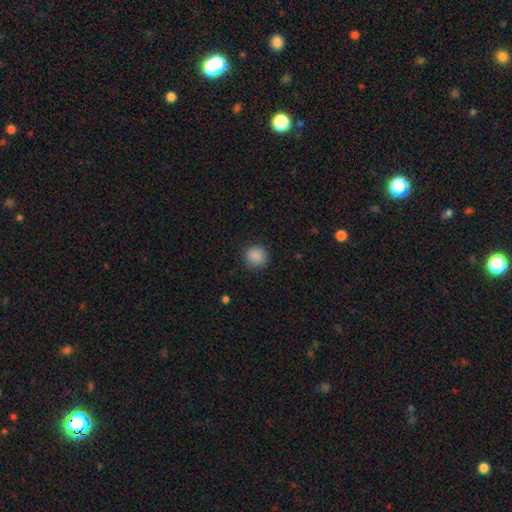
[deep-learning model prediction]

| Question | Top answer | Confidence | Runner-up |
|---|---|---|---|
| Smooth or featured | smooth | 88% | star or artifact (9%) |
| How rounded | round | 90% | in between (9%) |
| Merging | none | 88% | minor disturbance (9%) |